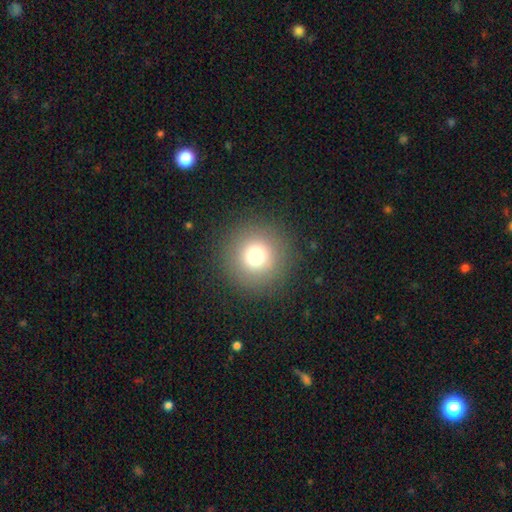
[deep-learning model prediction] smooth-or-featured: smooth: 74% | star or artifact: 15% | featured or disk: 10%
  how-rounded: round: 96% | in between: 3% | cigar-shaped: 1%
  merging: none: 90% | minor disturbance: 5% | major disturbance: 3% | merger: 1%